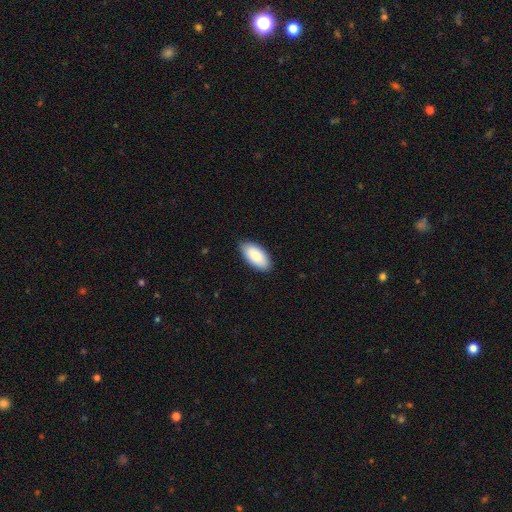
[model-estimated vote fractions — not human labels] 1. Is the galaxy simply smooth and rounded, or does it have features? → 87% smooth, 7% featured or disk, 6% star or artifact.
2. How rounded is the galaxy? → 94% in between, 4% cigar-shaped, 2% round.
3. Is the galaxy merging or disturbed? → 87% none, 10% minor disturbance, 2% major disturbance, 1% merger.